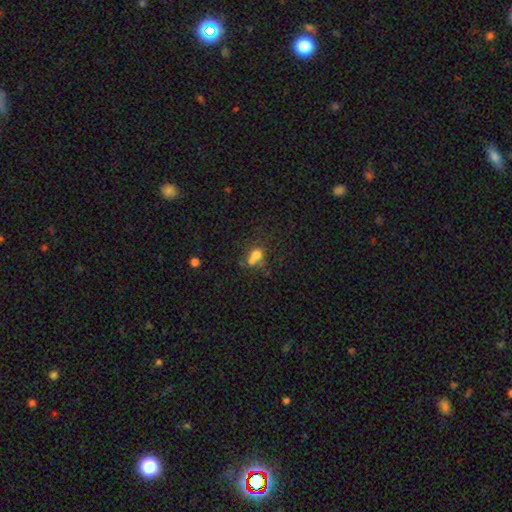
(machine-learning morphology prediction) smooth_or_featured: smooth (p=0.66) [alt: featured or disk p=0.17]
how_rounded: in between (p=0.56) [alt: round p=0.42]
merging: merger (p=0.37) [alt: none p=0.32]